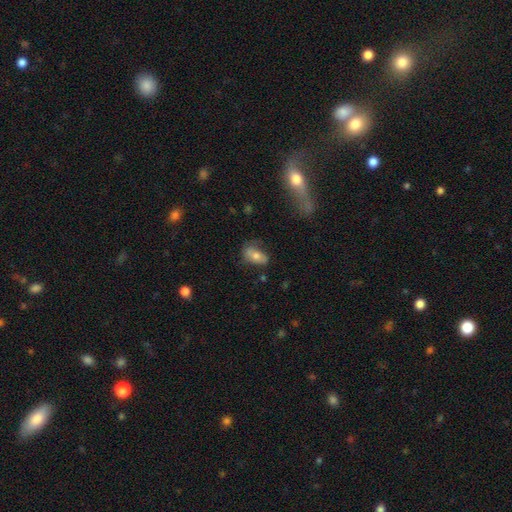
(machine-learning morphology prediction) Smooth or featured? smooth (67%)
How rounded? in between (87%)
Merging? none (57%)